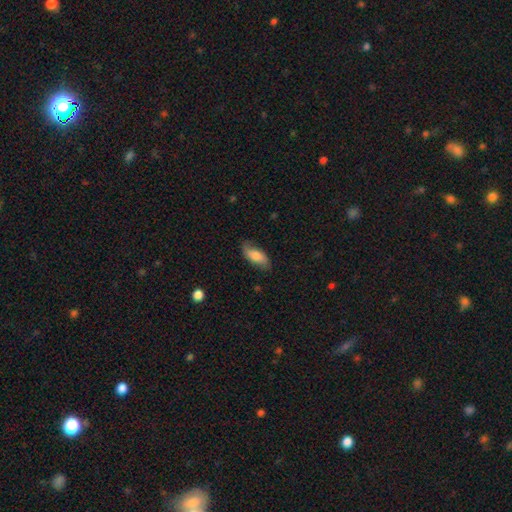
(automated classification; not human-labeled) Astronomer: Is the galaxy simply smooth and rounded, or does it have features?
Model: smooth — 71%.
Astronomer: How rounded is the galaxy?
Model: in between — 83%.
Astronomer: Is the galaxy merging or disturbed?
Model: none — 73%.